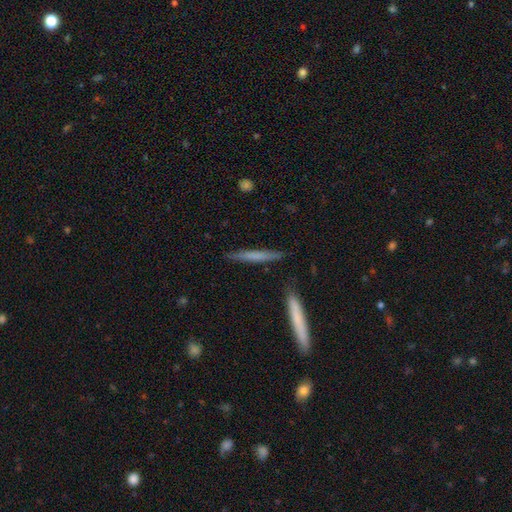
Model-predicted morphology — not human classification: Smooth or featured: smooth — 59% (featured or disk — 36%)
How rounded: cigar-shaped — 95% (in between — 3%)
Merging: none — 85% (minor disturbance — 11%)